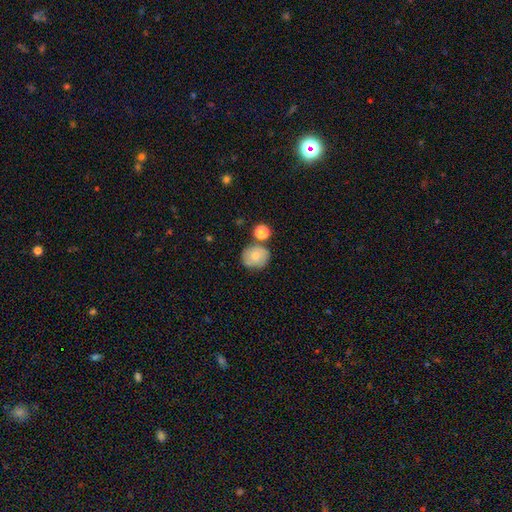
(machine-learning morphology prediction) Smooth or featured? Predicted: smooth (p=0.69). How rounded? Predicted: round (p=0.76). Merging? Predicted: none (p=0.67).